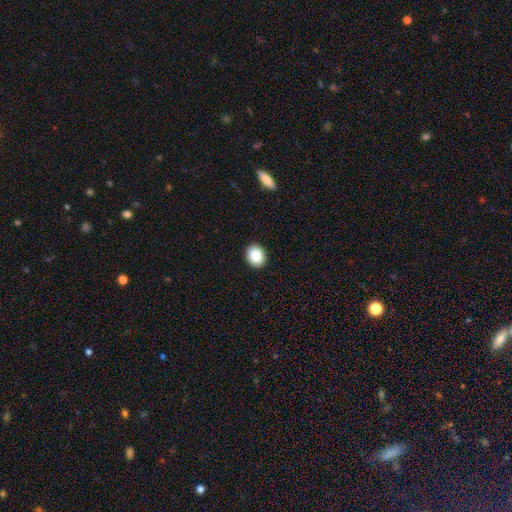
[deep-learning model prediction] smooth_or_featured: smooth (p=0.88) [alt: star or artifact p=0.08]
how_rounded: round (p=0.53) [alt: in between p=0.46]
merging: none (p=0.92) [alt: minor disturbance p=0.06]